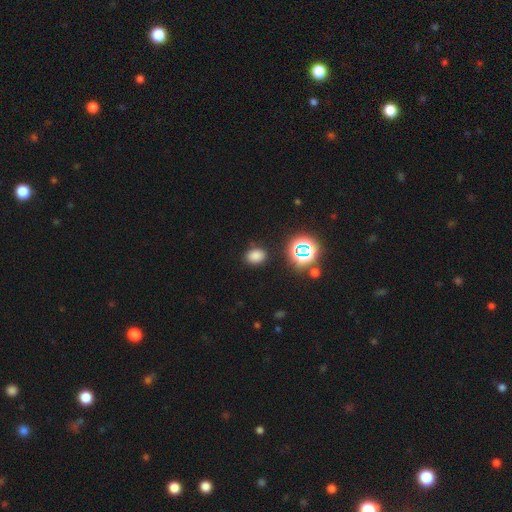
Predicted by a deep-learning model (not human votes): A smooth galaxy with no disk features (74%) that is in between round and cigar-shaped (61%). Merging: none (85%).